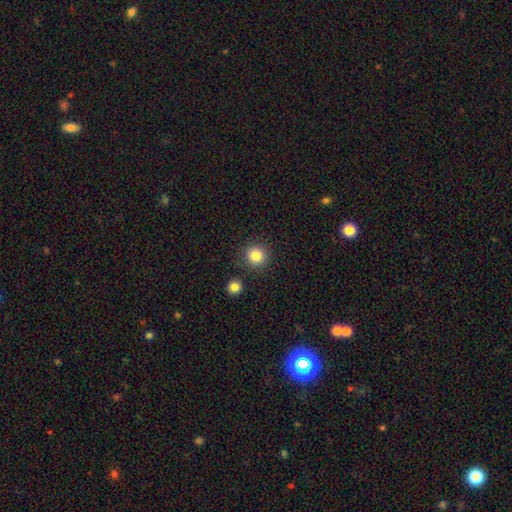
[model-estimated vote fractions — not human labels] This is clearly a smooth galaxy (84%). How rounded: clearly round (93%). Merging: clearly none (87%).